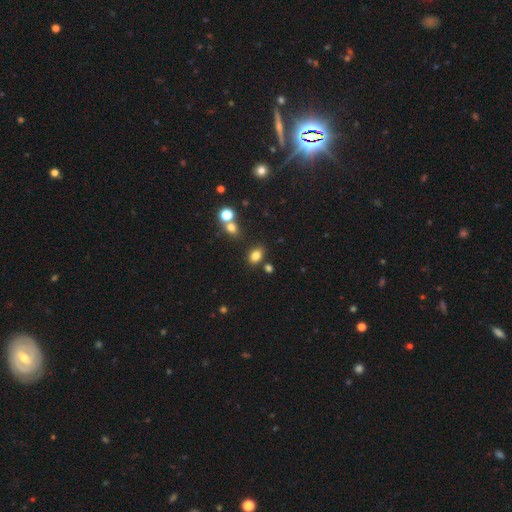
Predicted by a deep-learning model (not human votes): The model was most divided on "how rounded": in between: 73%, round: 26%, cigar-shaped: 1%. More confident: smooth or featured — smooth (80%); merging — none (76%).